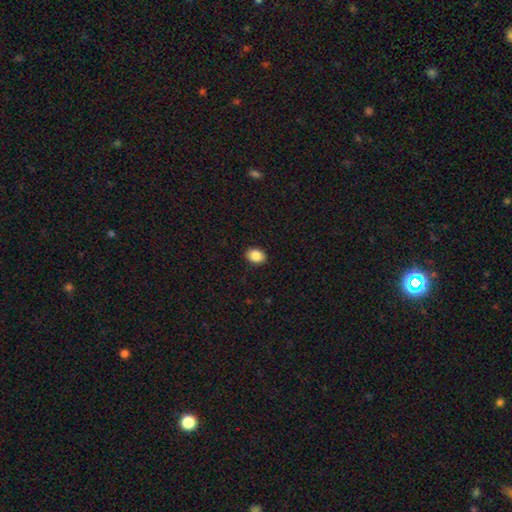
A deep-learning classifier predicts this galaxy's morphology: Smooth or featured? Predicted: smooth (p=0.88). How rounded? Predicted: in between (p=0.67). Merging? Predicted: none (p=0.91).